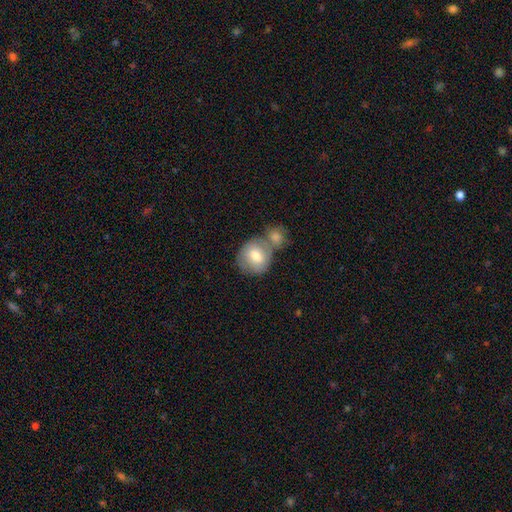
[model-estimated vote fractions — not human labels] Q: Smooth or featured?
A: smooth (71%); runner-up: featured or disk (23%)
Q: How rounded?
A: round (74%); runner-up: in between (24%)
Q: Merging?
A: merger (50%); runner-up: none (35%)